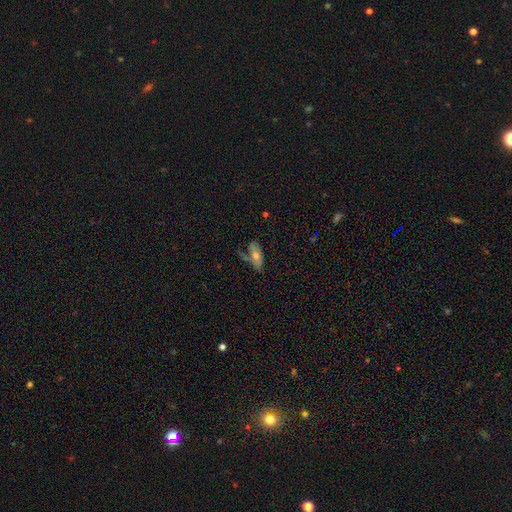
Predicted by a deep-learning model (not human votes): smooth_or_featured: featured or disk (p=0.47) [alt: smooth p=0.41]
merging: none (p=0.53) [alt: minor disturbance p=0.23]